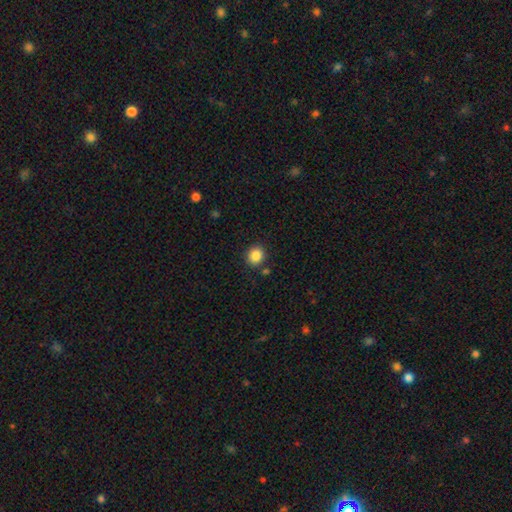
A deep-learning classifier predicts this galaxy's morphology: A smooth galaxy with no disk features (86%) that is round (84%).

Vote fractions:
- Smooth or featured? smooth: 86% / star or artifact: 10% / featured or disk: 4%
- How rounded? round: 84% / in between: 15% / cigar-shaped: 1%
- Merging? none: 87% / minor disturbance: 7% / merger: 4% / major disturbance: 2%